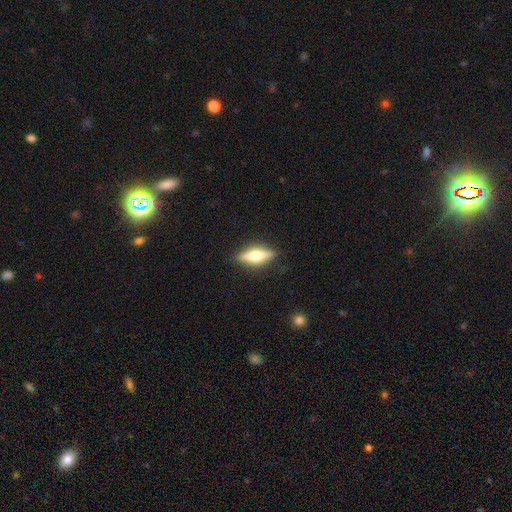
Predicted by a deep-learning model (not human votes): Smooth or featured? Predicted: featured or disk (p=0.56). Edge-on disk? Predicted: yes (p=0.94). Edge-on bulge? Predicted: rounded (p=0.93). Merging? Predicted: none (p=0.88).